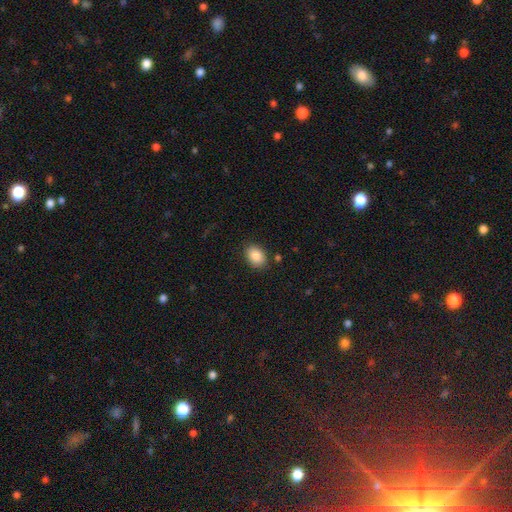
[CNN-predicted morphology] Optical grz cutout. It shows a smooth galaxy with no disk features (88%) that is in between round and cigar-shaped (72%). Merging: none (84%).